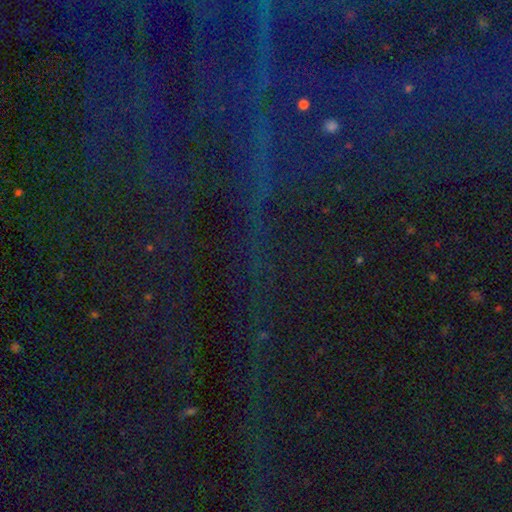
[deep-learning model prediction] star or artifact 83%, featured or disk 9%, smooth 8%.